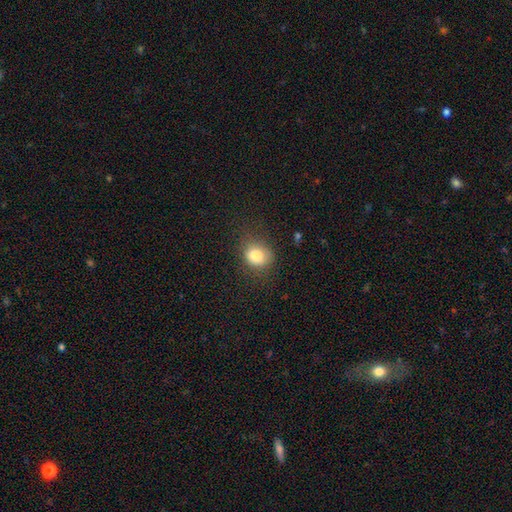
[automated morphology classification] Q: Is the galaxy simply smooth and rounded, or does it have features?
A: smooth — 81%.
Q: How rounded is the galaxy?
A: round — 60%.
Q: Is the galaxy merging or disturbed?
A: none — 72%.